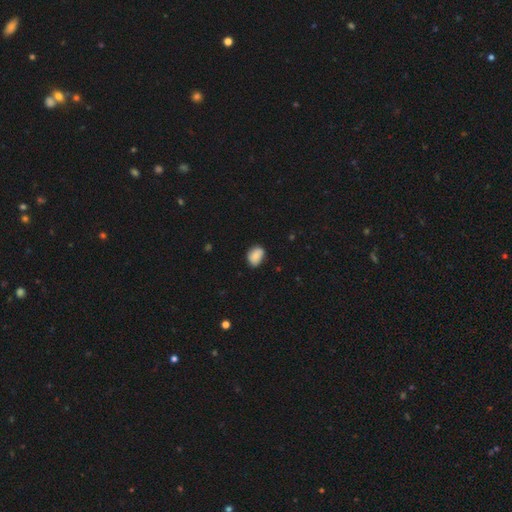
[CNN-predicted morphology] Smooth or featured? smooth (85%)
How rounded? in between (74%)
Merging? none (75%)